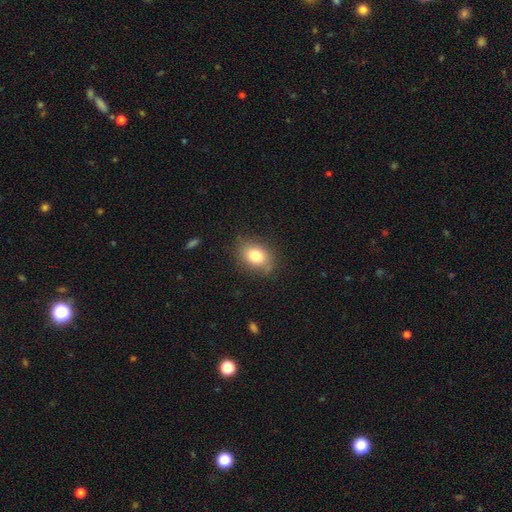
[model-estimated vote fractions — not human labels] This appears to be a smooth galaxy with no disk features (79%) that is in between round and cigar-shaped (72%). Merging: none (77%).